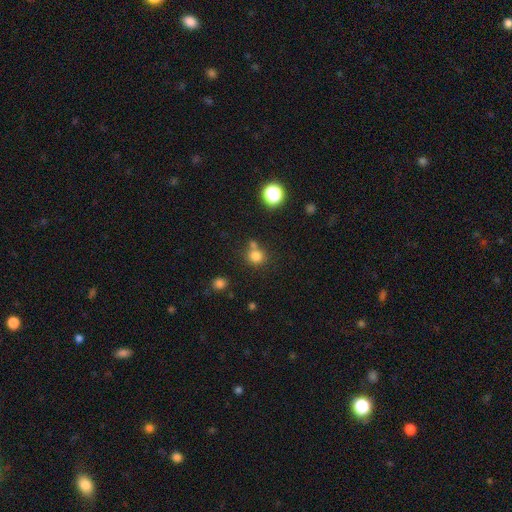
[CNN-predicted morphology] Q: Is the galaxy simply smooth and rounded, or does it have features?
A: smooth — 78%.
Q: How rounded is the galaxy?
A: round — 85%.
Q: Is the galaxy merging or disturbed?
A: none — 59%.